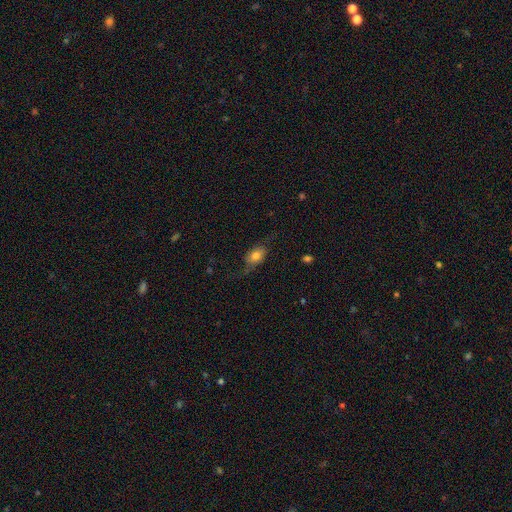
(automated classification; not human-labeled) Smooth or featured? Predicted: smooth (p=0.58). How rounded? Predicted: in between (p=0.77). Merging? Predicted: none (p=0.55).